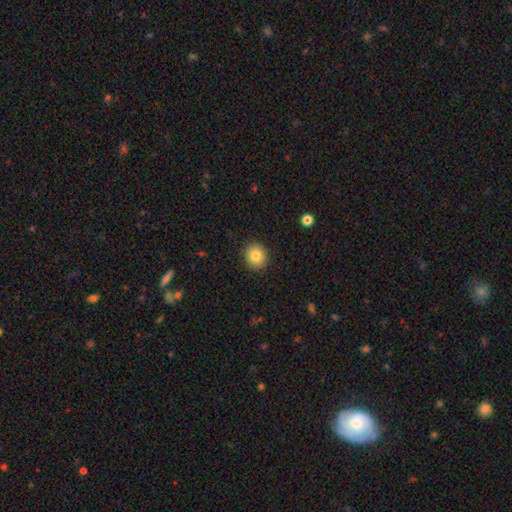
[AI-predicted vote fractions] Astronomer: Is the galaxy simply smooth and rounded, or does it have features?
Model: smooth — 83%.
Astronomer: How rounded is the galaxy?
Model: round — 86%.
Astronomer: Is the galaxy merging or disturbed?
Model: none — 91%.